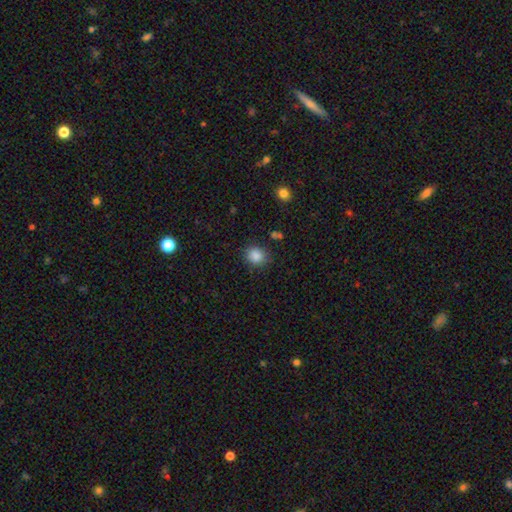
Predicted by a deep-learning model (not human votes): Overall: smooth (86%). How rounded: round (73%). Merging: none (83%).